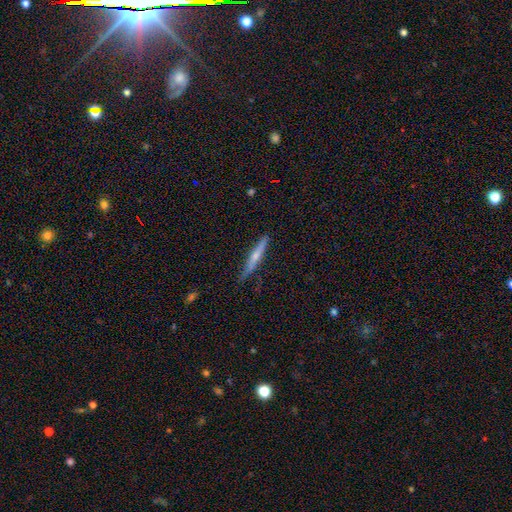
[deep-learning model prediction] smooth-or-featured: featured or disk: 50% | smooth: 44% | star or artifact: 6%
  merging: none: 81% | minor disturbance: 15% | major disturbance: 2% | merger: 2%